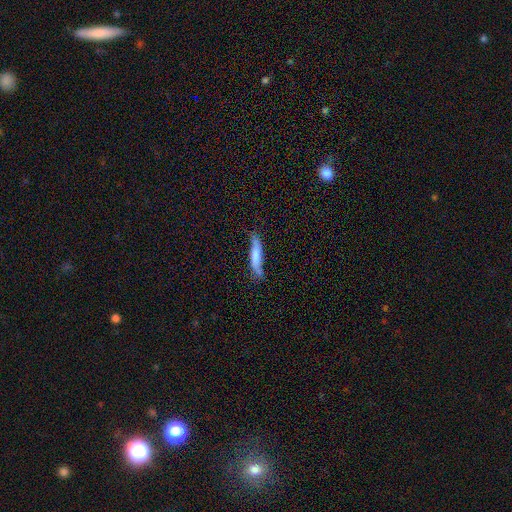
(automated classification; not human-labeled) This is likely a smooth galaxy (65%). How rounded: clearly cigar-shaped (85%). Merging: likely none (61%).